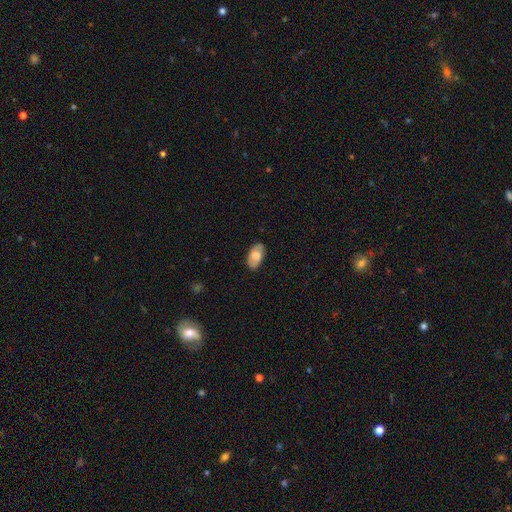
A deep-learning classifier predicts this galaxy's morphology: Q: Smooth or featured?
A: smooth (64%); runner-up: featured or disk (29%)
Q: How rounded?
A: in between (94%); runner-up: round (4%)
Q: Merging?
A: none (83%); runner-up: minor disturbance (13%)